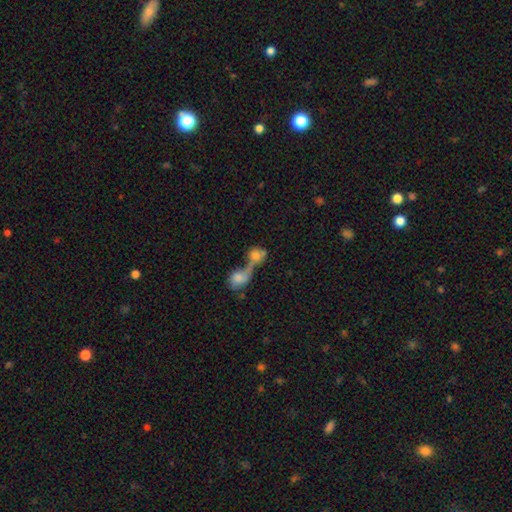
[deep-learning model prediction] Smooth or featured?
  - smooth: 71% *
  - featured or disk: 19%
  - star or artifact: 10%
How rounded?
  - round: 63% *
  - in between: 33%
  - cigar-shaped: 4%
Merging?
  - merger: 71% *
  - none: 15%
  - major disturbance: 8%
  - minor disturbance: 5%